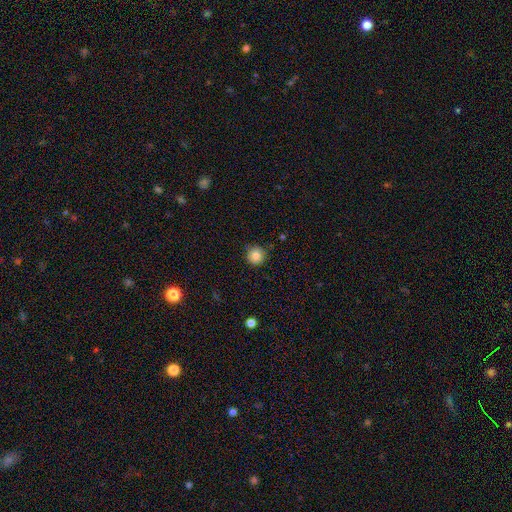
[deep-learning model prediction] Smooth or featured? smooth (85%)
How rounded? round (93%)
Merging? none (84%)